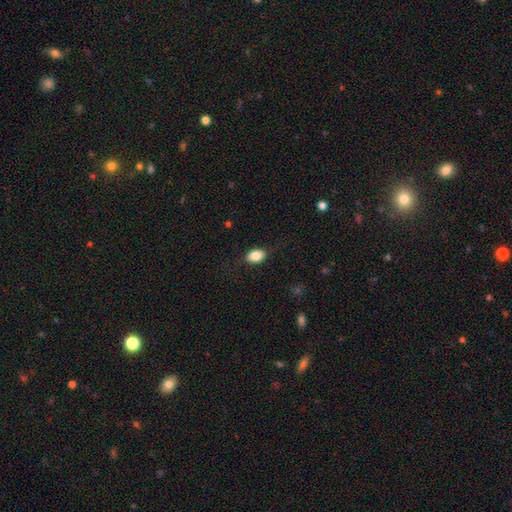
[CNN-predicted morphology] Smooth or featured: smooth — 85% (star or artifact — 8%)
How rounded: in between — 83% (round — 15%)
Merging: none — 82% (minor disturbance — 13%)